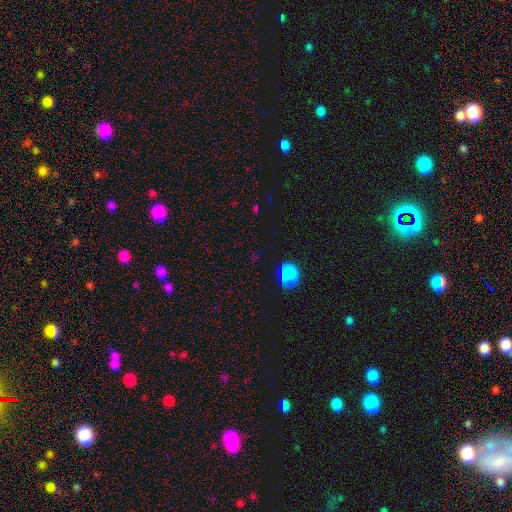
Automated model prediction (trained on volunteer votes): The model was most divided on "smooth or featured": smooth: 54%, star or artifact: 38%, featured or disk: 8%. More confident: merging — none (81%); how rounded — round (60%).